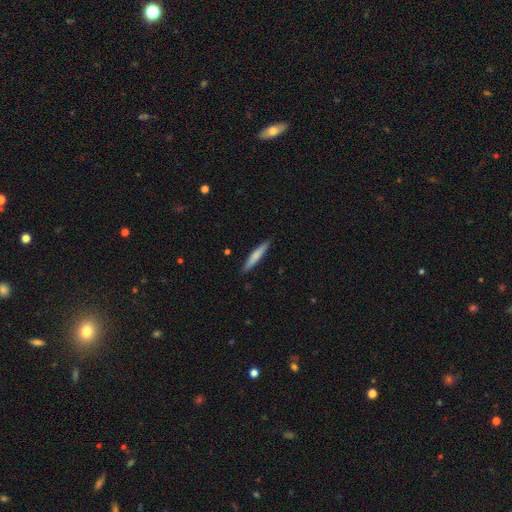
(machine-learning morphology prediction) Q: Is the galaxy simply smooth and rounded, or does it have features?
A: smooth — 72%.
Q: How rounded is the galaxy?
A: cigar-shaped — 94%.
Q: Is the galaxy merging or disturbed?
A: none — 90%.